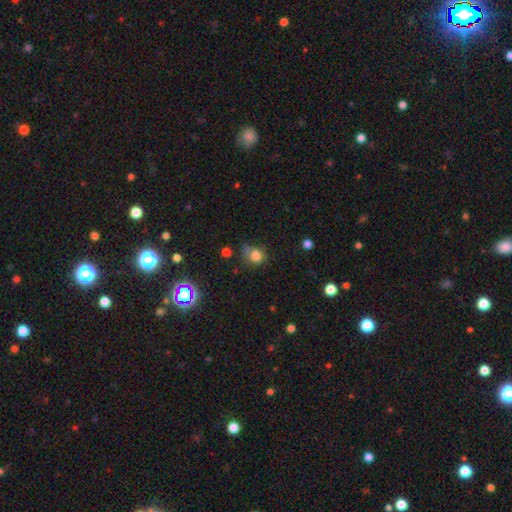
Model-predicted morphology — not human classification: Smooth or featured: smooth — 76% (star or artifact — 16%)
How rounded: round — 69% (in between — 30%)
Merging: none — 46% (minor disturbance — 30%)